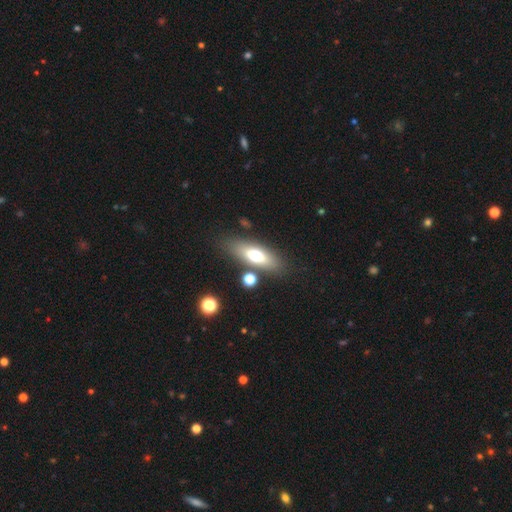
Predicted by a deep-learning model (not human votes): Morphology: type=smooth (64%); roundness=in between (62%); merging=none (79%).